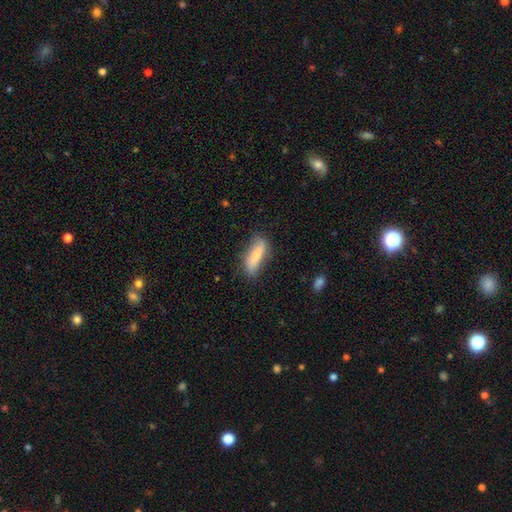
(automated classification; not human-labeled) Overall: smooth (72%). How rounded: cigar-shaped (53%; in between 44%). Merging: none (71%).